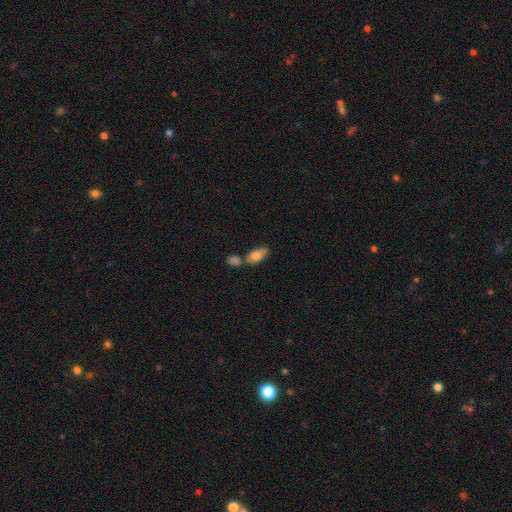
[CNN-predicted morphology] Smooth or featured?
  - smooth: 72% *
  - featured or disk: 20%
  - star or artifact: 7%
How rounded?
  - in between: 83% *
  - cigar-shaped: 12%
  - round: 5%
Merging?
  - none: 50% *
  - merger: 31%
  - minor disturbance: 15%
  - major disturbance: 4%